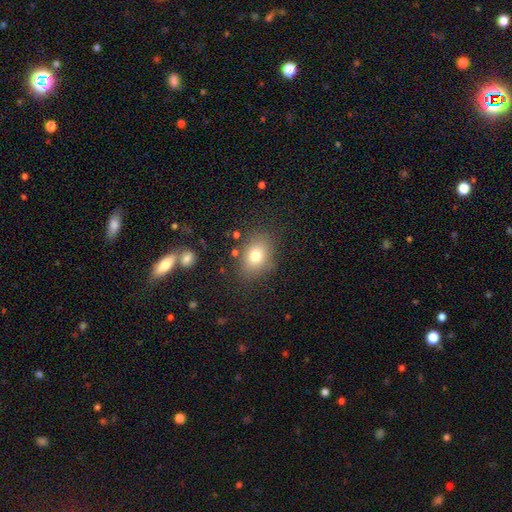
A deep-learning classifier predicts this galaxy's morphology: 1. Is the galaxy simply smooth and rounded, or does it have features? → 78% smooth, 11% featured or disk, 11% star or artifact.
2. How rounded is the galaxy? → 68% in between, 31% round, 1% cigar-shaped.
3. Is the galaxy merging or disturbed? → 78% none, 14% minor disturbance, 5% major disturbance, 3% merger.